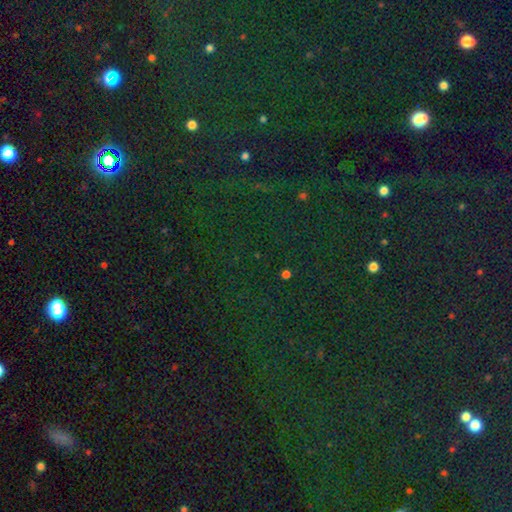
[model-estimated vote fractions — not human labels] smooth_or_featured: star or artifact (p=0.81) [alt: smooth p=0.12]